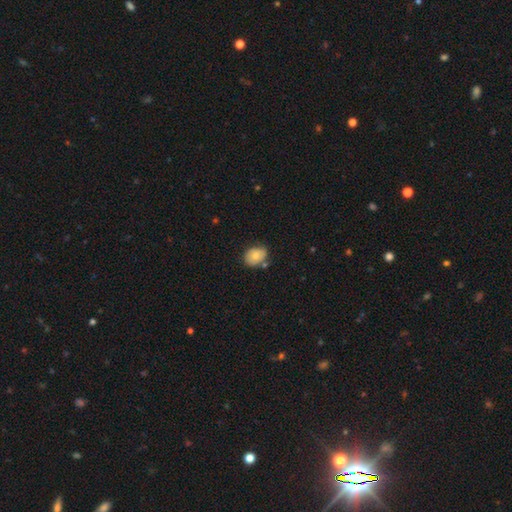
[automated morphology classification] This is likely a smooth galaxy (75%). How rounded: possibly in between (59%). Merging: likely none (68%).